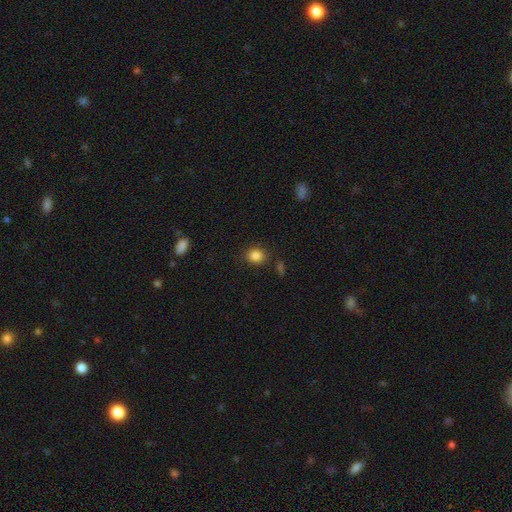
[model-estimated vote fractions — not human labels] A smooth galaxy with no disk features (85%) that is round (72%). Merging: none (86%).